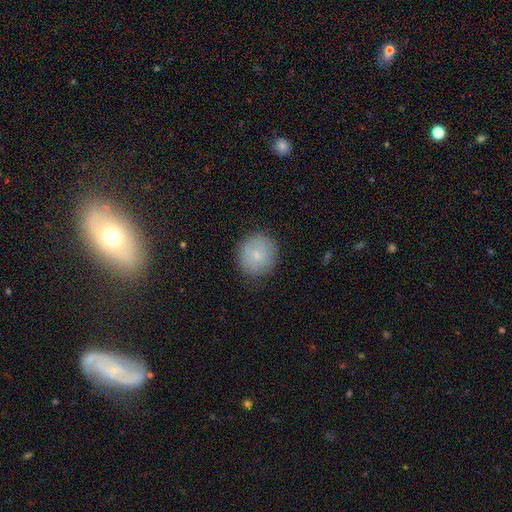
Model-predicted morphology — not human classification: Q: Smooth or featured?
A: smooth (74%); runner-up: featured or disk (18%)
Q: How rounded?
A: round (89%); runner-up: in between (10%)
Q: Merging?
A: none (83%); runner-up: minor disturbance (12%)